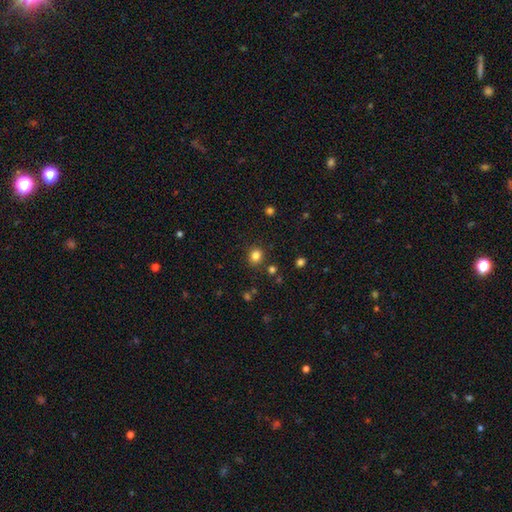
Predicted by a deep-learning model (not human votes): The model was most divided on "how rounded": round: 78%, in between: 21%, cigar-shaped: 1%. More confident: merging — none (87%); smooth or featured — smooth (82%).